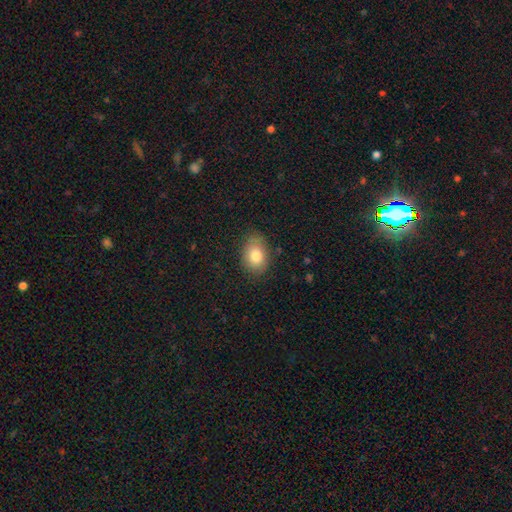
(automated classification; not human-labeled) Overall: smooth (81%). How rounded: in between (79%). Merging: none (80%).